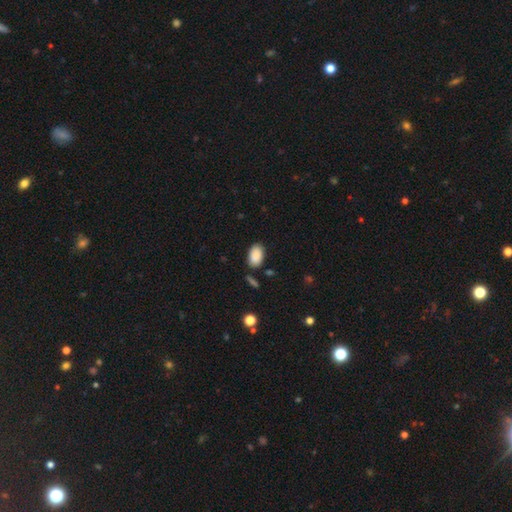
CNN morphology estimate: smooth 89%, star or artifact 7%, featured or disk 4%. Down the decision tree: how rounded — in between (92%); merging — none (82%).